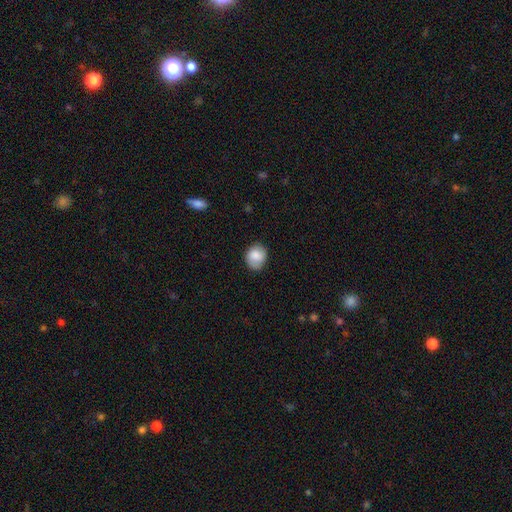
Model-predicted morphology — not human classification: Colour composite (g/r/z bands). It shows a smooth galaxy with no disk features (83%) that is round (58%). Merging: none (73%).